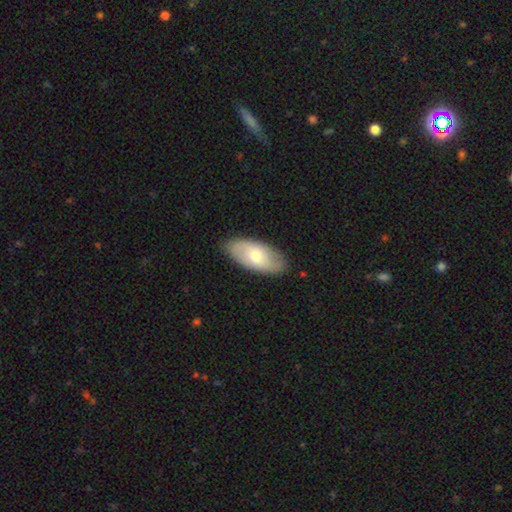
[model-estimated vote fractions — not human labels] smooth-or-featured: smooth: 58% | featured or disk: 36% | star or artifact: 5%
  how-rounded: in between: 91% | cigar-shaped: 6% | round: 3%
  merging: none: 85% | minor disturbance: 12% | major disturbance: 2% | merger: 1%